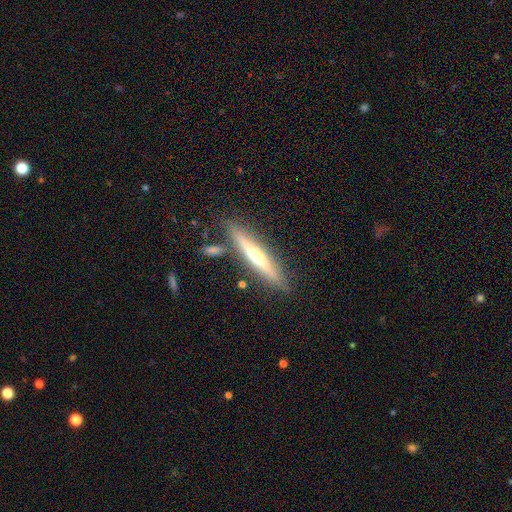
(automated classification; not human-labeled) Overall: featured or disk (59%; smooth 34%). Edge-on disk: yes (93%). Edge-on bulge: rounded (74%). Merging: none (79%).